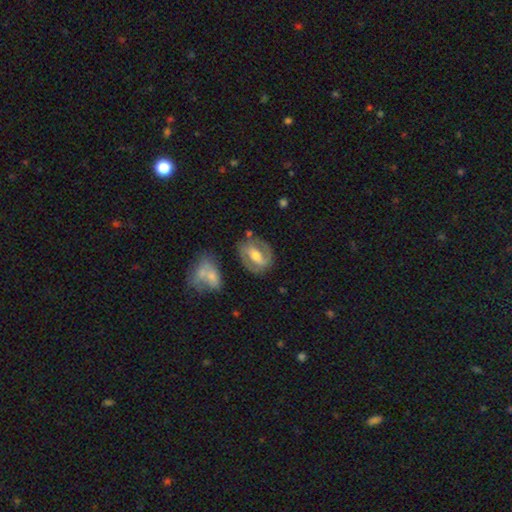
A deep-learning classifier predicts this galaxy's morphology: Q: Smooth or featured?
A: featured or disk (66%); runner-up: smooth (28%)
Q: Edge-on disk?
A: no (93%); runner-up: yes (7%)
Q: Bar?
A: strong (49%); runner-up: weak (33%)
Q: Spiral arms?
A: yes (64%); runner-up: no (36%)
Q: Bulge size?
A: moderate (66%); runner-up: small (22%)
Q: Merging?
A: none (70%); runner-up: minor disturbance (17%)